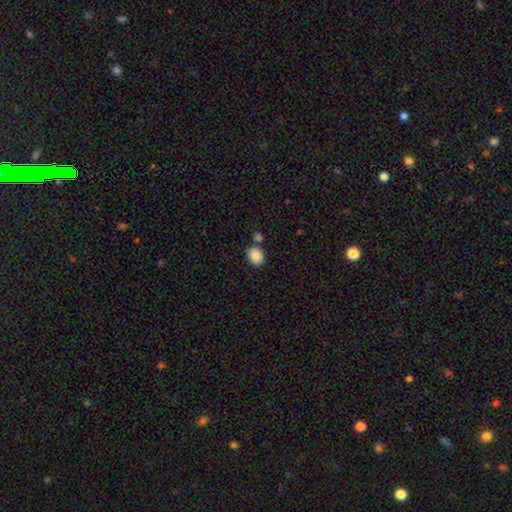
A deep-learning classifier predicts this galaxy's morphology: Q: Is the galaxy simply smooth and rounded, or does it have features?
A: smooth — 87%.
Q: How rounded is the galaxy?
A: in between — 56%.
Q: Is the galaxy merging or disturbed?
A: none — 70%.